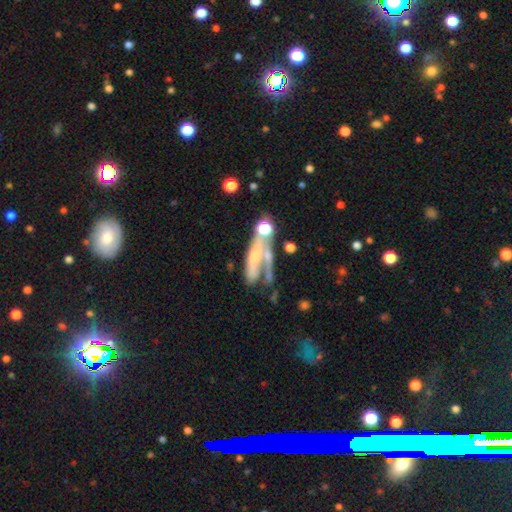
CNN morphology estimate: This is likely a featured or disk galaxy (60%). It is likely not viewed edge-on (75%). Merging: marginally major disturbance (31%).